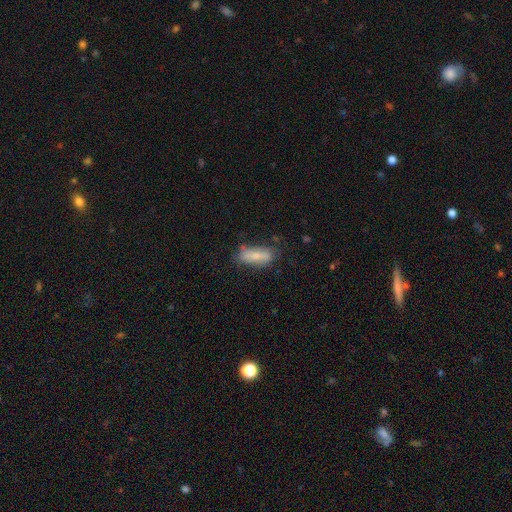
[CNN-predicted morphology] A smooth galaxy with no disk features (69%) that is in between round and cigar-shaped (64%).

Vote fractions:
- Smooth or featured? smooth: 69% / featured or disk: 24% / star or artifact: 7%
- How rounded? in between: 64% / cigar-shaped: 33% / round: 3%
- Merging? none: 66% / minor disturbance: 23% / major disturbance: 7% / merger: 4%